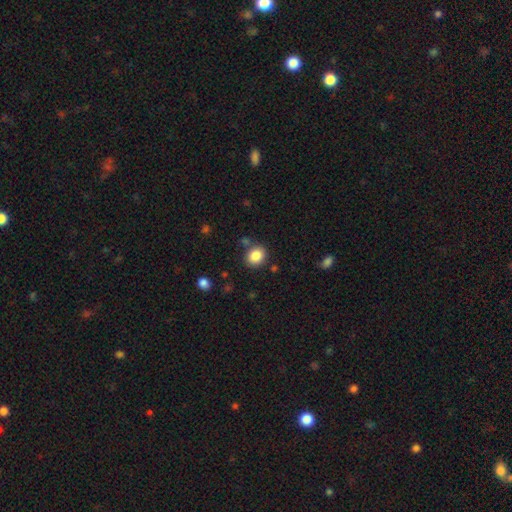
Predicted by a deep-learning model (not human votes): smooth-or-featured: smooth: 86% | star or artifact: 9% | featured or disk: 5%
  how-rounded: round: 62% | in between: 37% | cigar-shaped: 1%
  merging: none: 81% | minor disturbance: 11% | merger: 5% | major disturbance: 3%